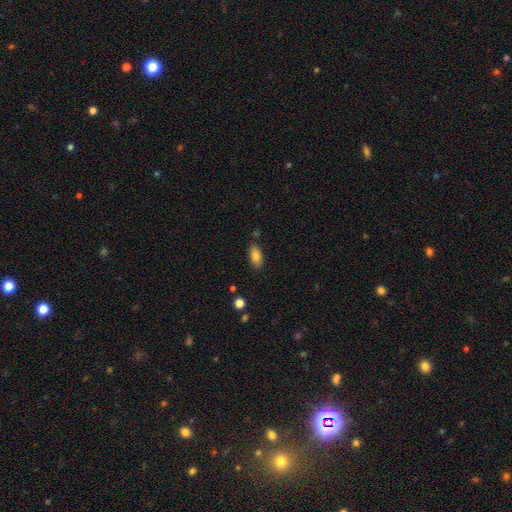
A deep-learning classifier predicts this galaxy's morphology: Smooth or featured?
  - smooth: 84% *
  - star or artifact: 8%
  - featured or disk: 8%
How rounded?
  - in between: 89% *
  - cigar-shaped: 8%
  - round: 3%
Merging?
  - none: 82% *
  - minor disturbance: 12%
  - merger: 4%
  - major disturbance: 3%